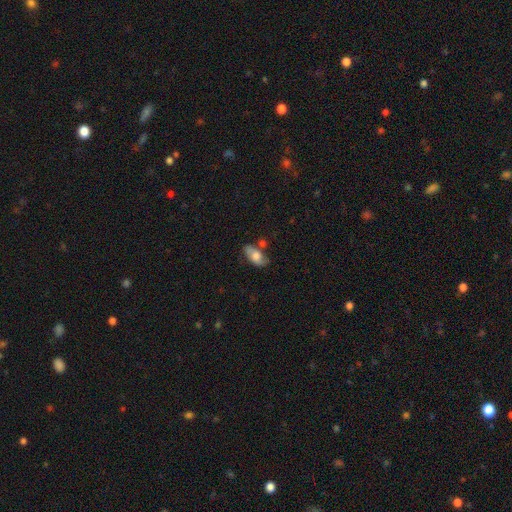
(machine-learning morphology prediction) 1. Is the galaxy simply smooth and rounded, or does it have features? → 59% smooth, 34% featured or disk, 8% star or artifact.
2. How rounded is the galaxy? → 90% in between, 5% cigar-shaped, 5% round.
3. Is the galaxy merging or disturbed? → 56% none, 24% minor disturbance, 12% merger, 8% major disturbance.